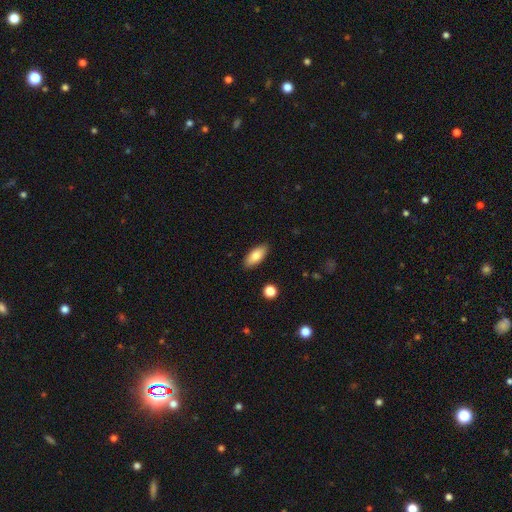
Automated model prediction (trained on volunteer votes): smooth 83%, featured or disk 11%, star or artifact 7%. Down the decision tree: how rounded — in between (85%); merging — none (88%).